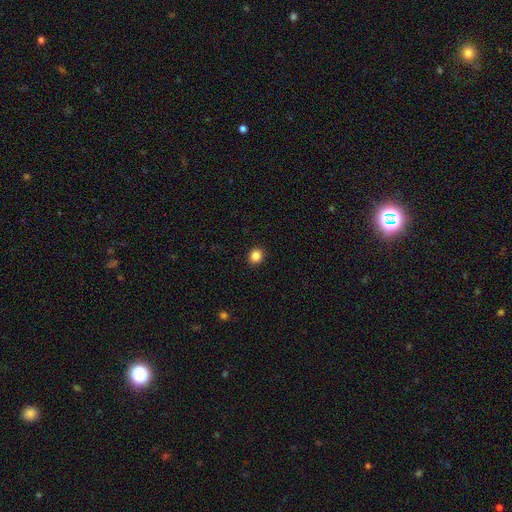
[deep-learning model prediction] Smooth or featured? Predicted: smooth (p=0.86). How rounded? Predicted: round (p=0.78). Merging? Predicted: none (p=0.92).